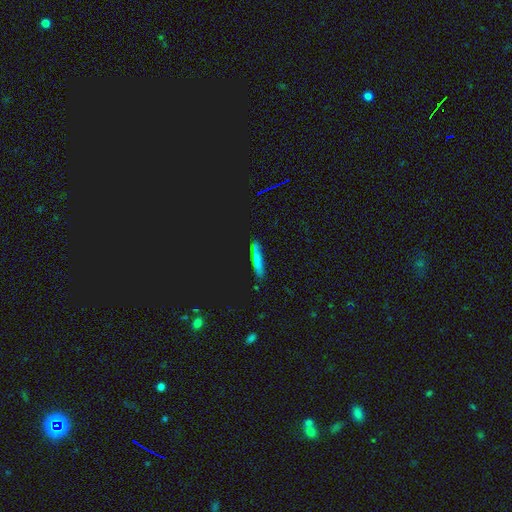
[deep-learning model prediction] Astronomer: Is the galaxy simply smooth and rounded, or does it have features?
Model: smooth — 55% (runner-up: star or artifact, 30%).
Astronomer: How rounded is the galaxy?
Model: cigar-shaped — 86%.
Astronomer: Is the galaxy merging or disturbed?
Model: none — 84%.